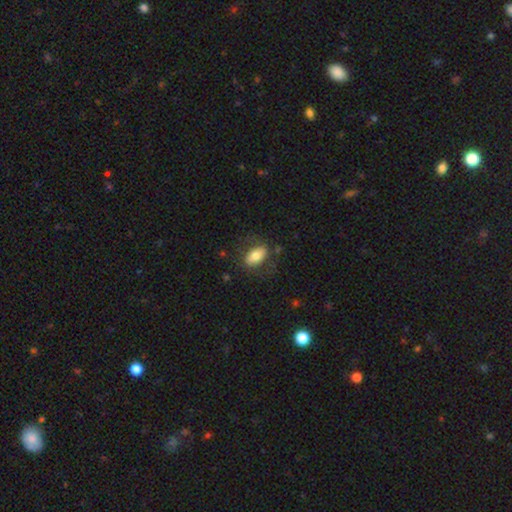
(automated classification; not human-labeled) A smooth galaxy with no disk features (71%) that is in between round and cigar-shaped (89%). Merging: none (70%).